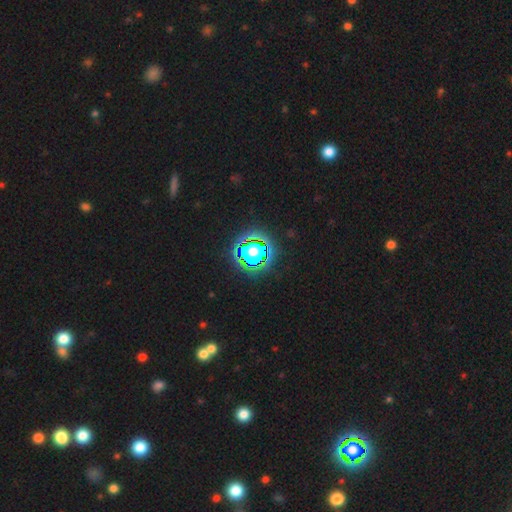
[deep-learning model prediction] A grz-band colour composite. It shows a star or artifact, not a galaxy (80%).